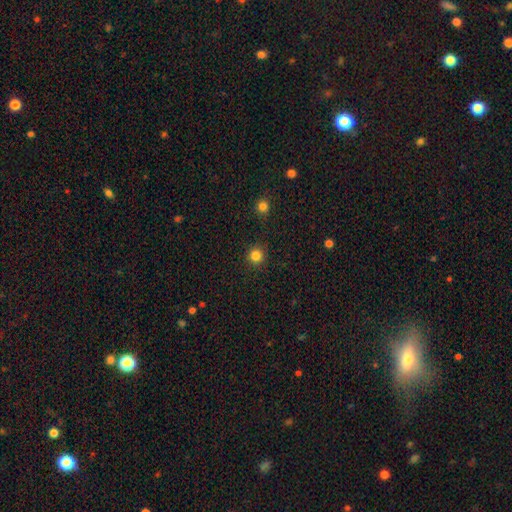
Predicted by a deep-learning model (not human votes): A smooth galaxy with no disk features (83%) that is round (94%). Merging: none (91%).